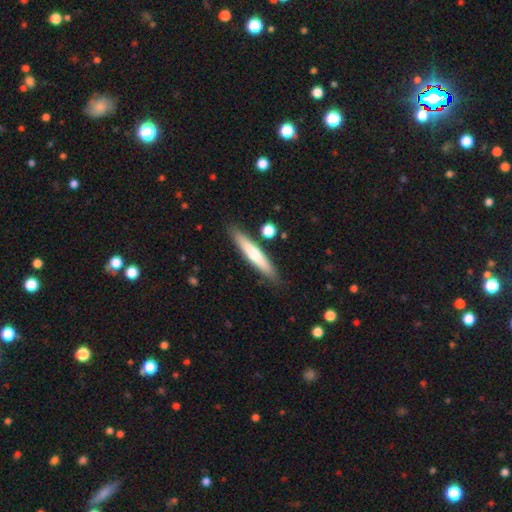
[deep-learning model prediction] smooth 60%, featured or disk 34%, star or artifact 6%. Down the decision tree: how rounded — cigar-shaped (90%); merging — none (86%).